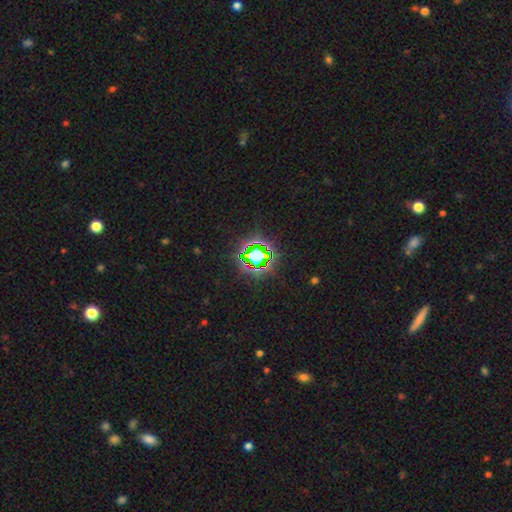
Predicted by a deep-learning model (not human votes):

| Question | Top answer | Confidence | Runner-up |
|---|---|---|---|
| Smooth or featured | star or artifact | 75% | smooth (15%) |